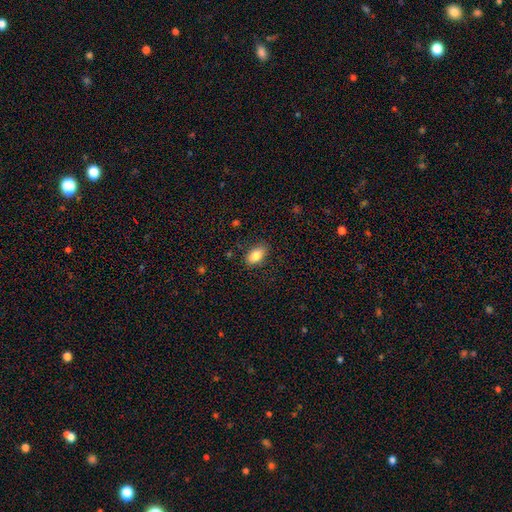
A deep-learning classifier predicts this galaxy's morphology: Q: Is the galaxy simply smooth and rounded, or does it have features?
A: smooth — 83%.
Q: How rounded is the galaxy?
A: in between — 90%.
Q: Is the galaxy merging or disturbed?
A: none — 85%.